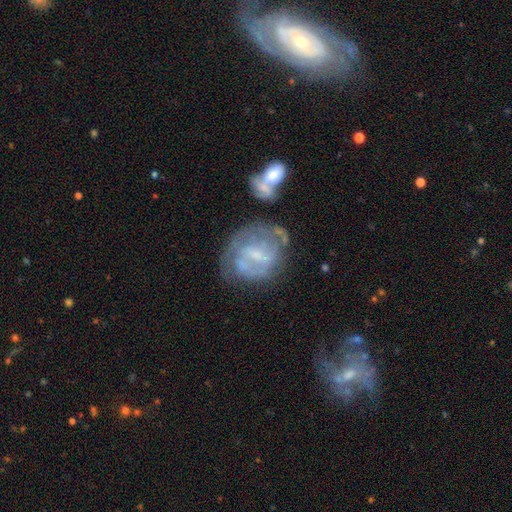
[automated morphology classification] type=featured or disk (70%); edge-on=no (97%); bar=weak (51%); spiral arms=yes (70%); bulge=small (49%); merging=none (50%).